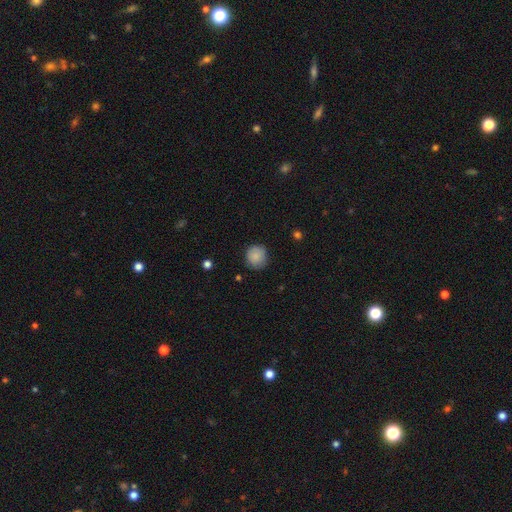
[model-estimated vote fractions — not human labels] Smooth or featured? Predicted: smooth (p=0.87). How rounded? Predicted: round (p=0.89). Merging? Predicted: none (p=0.81).